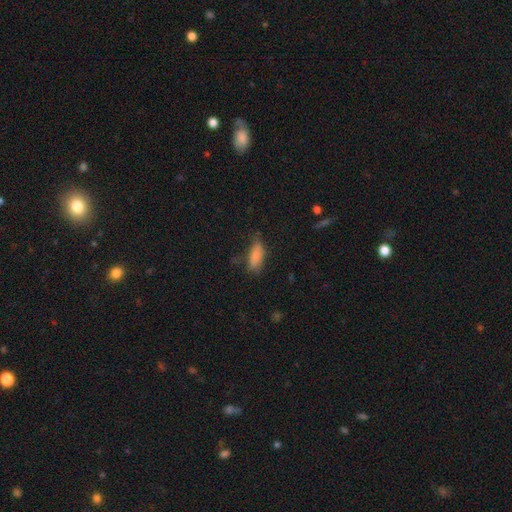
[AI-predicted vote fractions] Overall: smooth (82%). How rounded: in between (72%). Merging: none (54%; minor disturbance 30%).